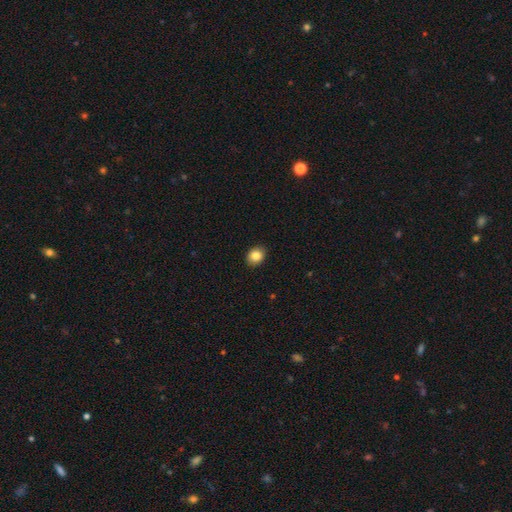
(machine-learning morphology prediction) Smooth or featured? Predicted: smooth (p=0.85). How rounded? Predicted: round (p=0.56). Merging? Predicted: none (p=0.90).